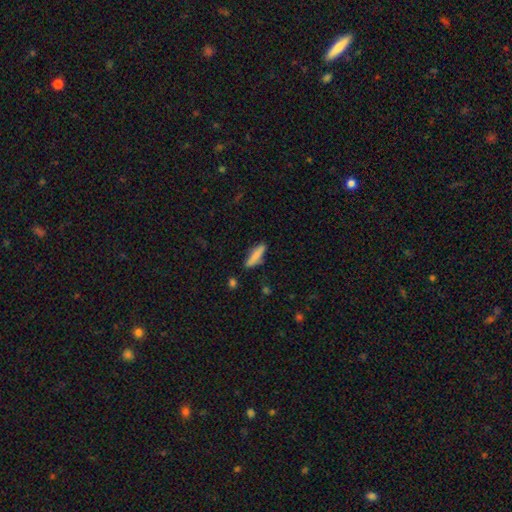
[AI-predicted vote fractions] Smooth or featured?
  - smooth: 77% *
  - featured or disk: 16%
  - star or artifact: 6%
How rounded?
  - cigar-shaped: 74% *
  - in between: 24%
  - round: 2%
Merging?
  - none: 81% *
  - minor disturbance: 14%
  - major disturbance: 3%
  - merger: 2%